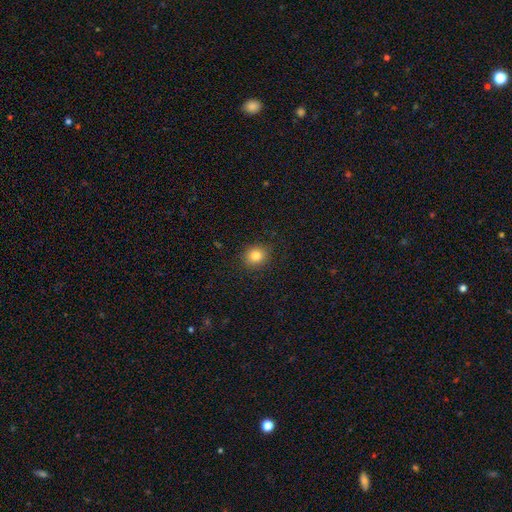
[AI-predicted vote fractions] This appears to be a smooth galaxy with no disk features (82%) that is round (80%). Merging: none (89%).